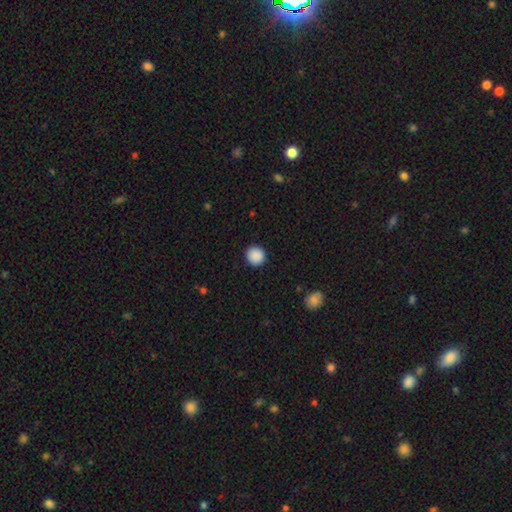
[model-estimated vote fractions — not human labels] This is clearly a smooth galaxy (90%). How rounded: clearly round (93%). Merging: clearly none (92%).